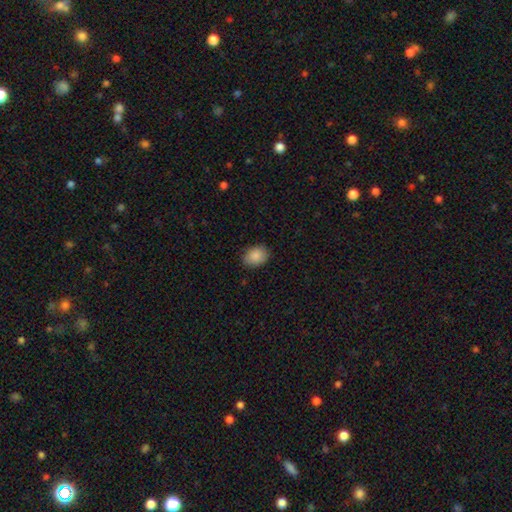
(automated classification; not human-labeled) smooth-or-featured: smooth: 87% | star or artifact: 7% | featured or disk: 5%
  how-rounded: in between: 69% | round: 30% | cigar-shaped: 1%
  merging: none: 85% | minor disturbance: 11% | major disturbance: 2% | merger: 1%